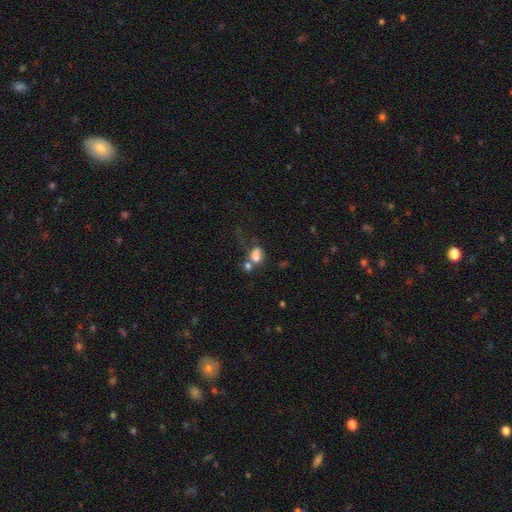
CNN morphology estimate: smooth 74%, featured or disk 13%, star or artifact 13%. Down the decision tree: how rounded — in between (76%); merging — merger (40%).